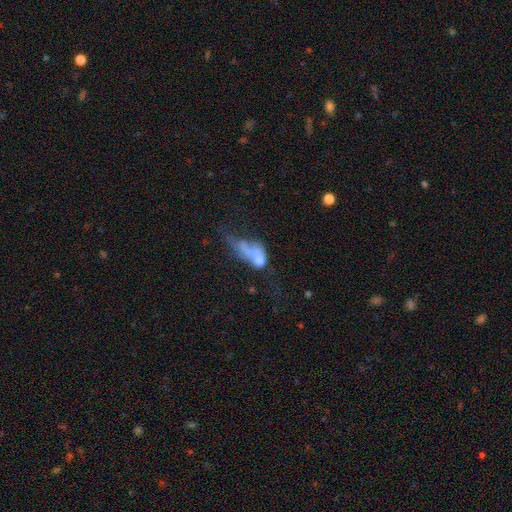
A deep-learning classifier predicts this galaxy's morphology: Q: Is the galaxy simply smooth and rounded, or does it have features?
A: smooth — 48%.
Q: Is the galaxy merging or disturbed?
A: merger — 38%, tied with major disturbance.